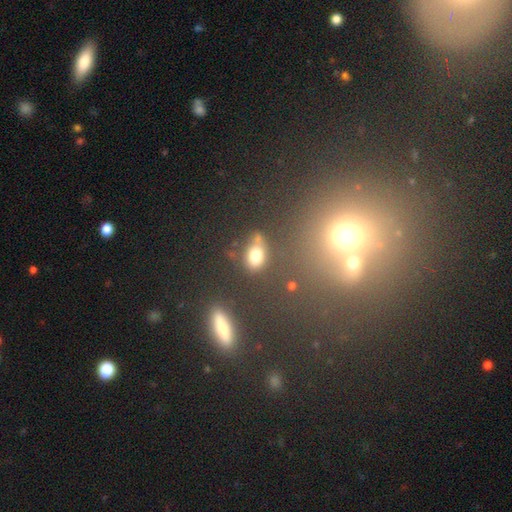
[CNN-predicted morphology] A smooth galaxy with no disk features (74%) that is in between round and cigar-shaped (70%).

Vote fractions:
- Smooth or featured? smooth: 74% / star or artifact: 15% / featured or disk: 10%
- How rounded? in between: 70% / round: 26% / cigar-shaped: 4%
- Merging? none: 57% / minor disturbance: 19% / merger: 15% / major disturbance: 9%